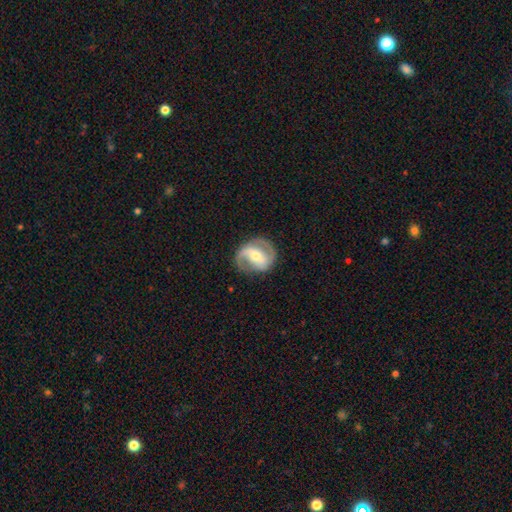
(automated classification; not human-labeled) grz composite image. It shows a featured or disk galaxy (83%) with a strong bar (43%), 2 (88%) medium (49%) spiral arms (91%) and a moderate central bulge (53%). Merging: none (79%).